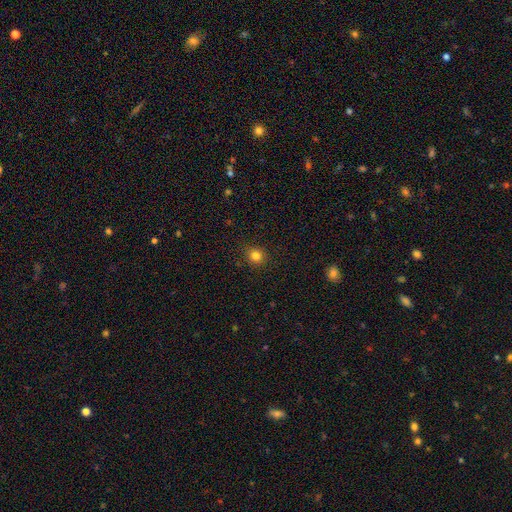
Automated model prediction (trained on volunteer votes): This appears to be a smooth galaxy with no disk features (82%) that is round (90%). Merging: none (91%).